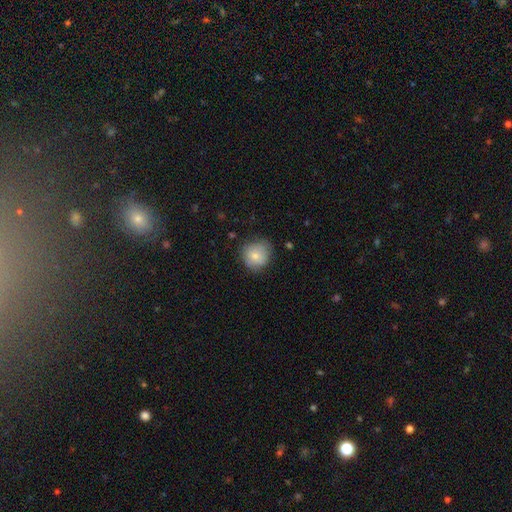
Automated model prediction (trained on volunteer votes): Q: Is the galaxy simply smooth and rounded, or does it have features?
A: smooth — 77%.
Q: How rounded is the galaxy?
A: round — 83%.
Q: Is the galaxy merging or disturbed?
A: none — 68%.